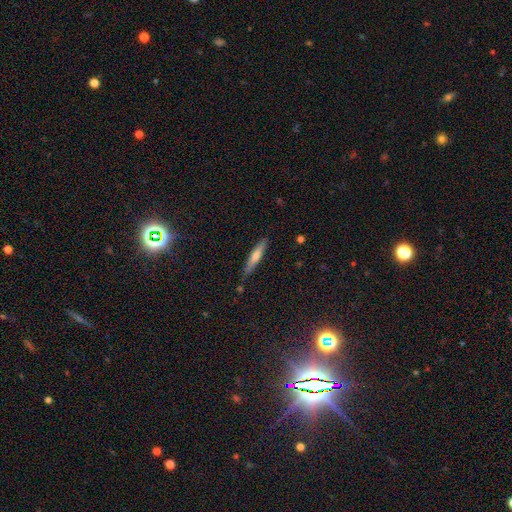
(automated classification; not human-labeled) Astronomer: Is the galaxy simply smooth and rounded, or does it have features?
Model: smooth — 45%, tied with featured or disk at 45%.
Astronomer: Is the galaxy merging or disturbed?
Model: none — 85%.